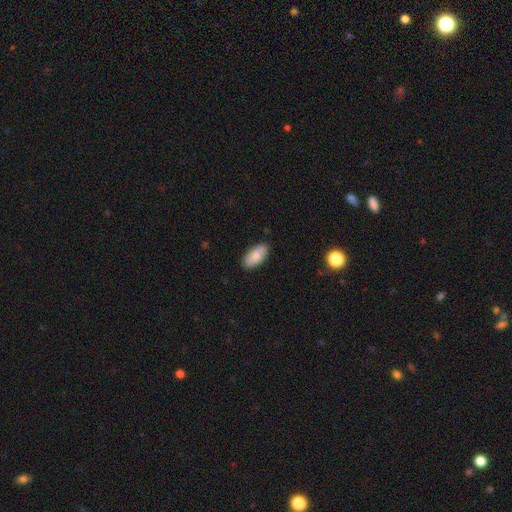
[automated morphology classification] smooth-or-featured: smooth: 86% | featured or disk: 8% | star or artifact: 6%
  how-rounded: in between: 93% | cigar-shaped: 4% | round: 2%
  merging: none: 87% | minor disturbance: 10% | major disturbance: 2% | merger: 1%